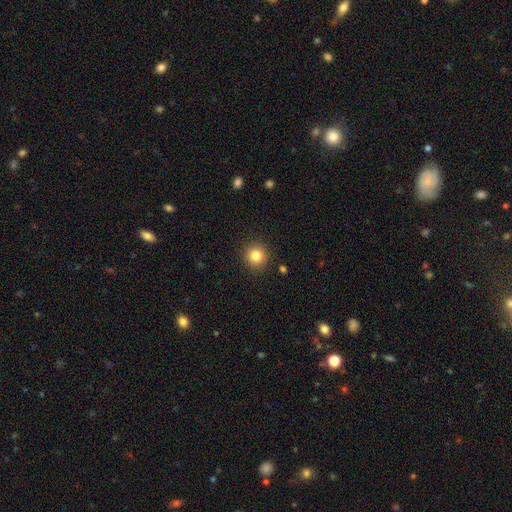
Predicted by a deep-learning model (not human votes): A smooth galaxy with no disk features (83%) that is round (93%).

Vote fractions:
- Smooth or featured? smooth: 83% / star or artifact: 11% / featured or disk: 6%
- How rounded? round: 93% / in between: 6% / cigar-shaped: 1%
- Merging? none: 90% / minor disturbance: 6% / major disturbance: 2% / merger: 1%